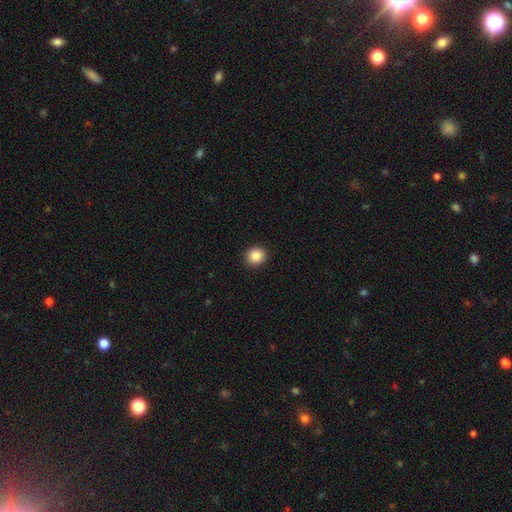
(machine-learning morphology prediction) smooth-or-featured: smooth: 87% | star or artifact: 9% | featured or disk: 4%
  how-rounded: round: 86% | in between: 13% | cigar-shaped: 1%
  merging: none: 92% | minor disturbance: 5% | major disturbance: 2% | merger: 1%